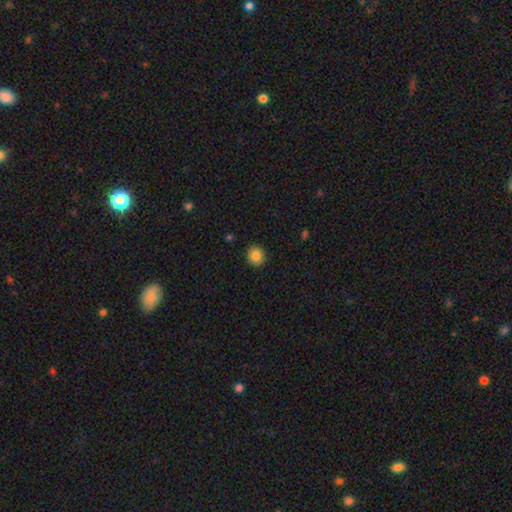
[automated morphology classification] A smooth galaxy with no disk features (84%) that is round (85%). Merging: none (91%).